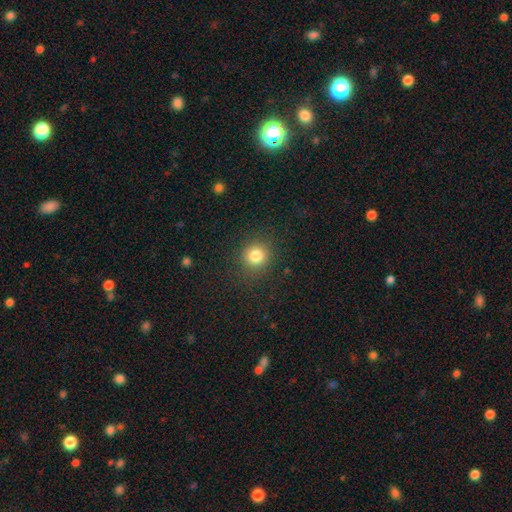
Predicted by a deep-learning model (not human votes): A smooth galaxy with no disk features (82%) that is round (87%).

Vote fractions:
- Smooth or featured? smooth: 82% / star or artifact: 13% / featured or disk: 6%
- How rounded? round: 87% / in between: 12% / cigar-shaped: 1%
- Merging? none: 87% / minor disturbance: 8% / major disturbance: 4% / merger: 1%